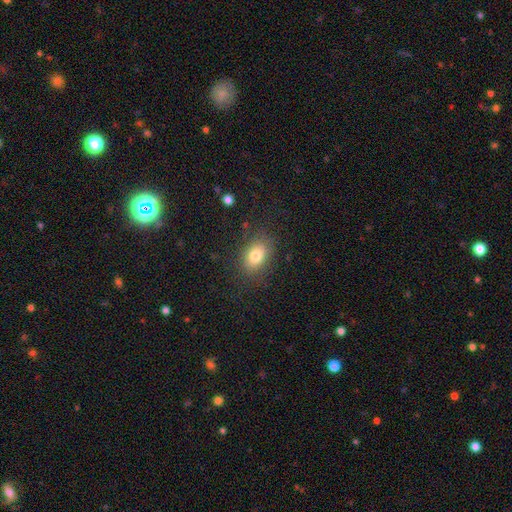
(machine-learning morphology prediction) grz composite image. It shows a smooth galaxy with no disk features (79%) that is in between round and cigar-shaped (81%). Merging: none (81%).